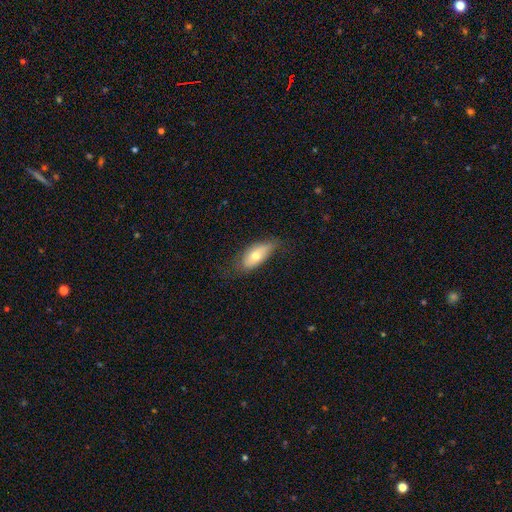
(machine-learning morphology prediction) A smooth galaxy with no disk features (66%) that is in between round and cigar-shaped (86%). Merging: none (61%).